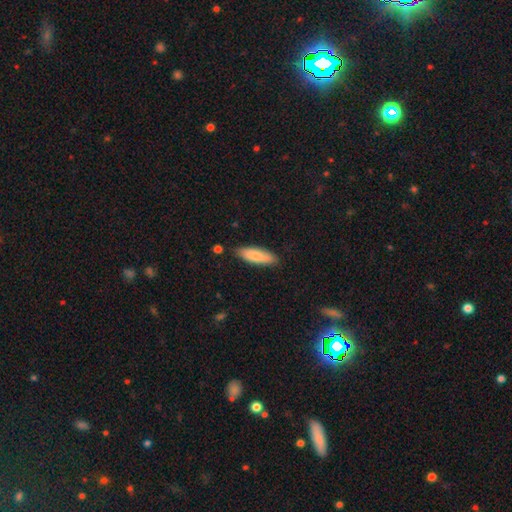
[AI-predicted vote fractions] smooth-or-featured: smooth: 81% | featured or disk: 14% | star or artifact: 6%
  how-rounded: in between: 51% | cigar-shaped: 47% | round: 2%
  merging: none: 83% | minor disturbance: 13% | major disturbance: 2% | merger: 2%